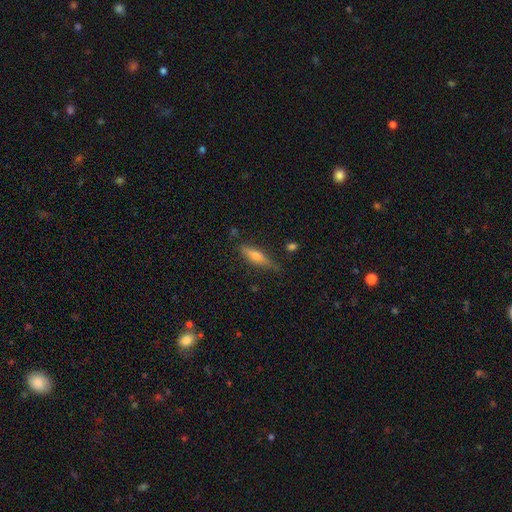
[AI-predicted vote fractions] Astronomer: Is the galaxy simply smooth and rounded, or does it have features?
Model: smooth — 47% (runner-up: featured or disk, 45%).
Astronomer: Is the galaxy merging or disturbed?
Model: none — 76%.